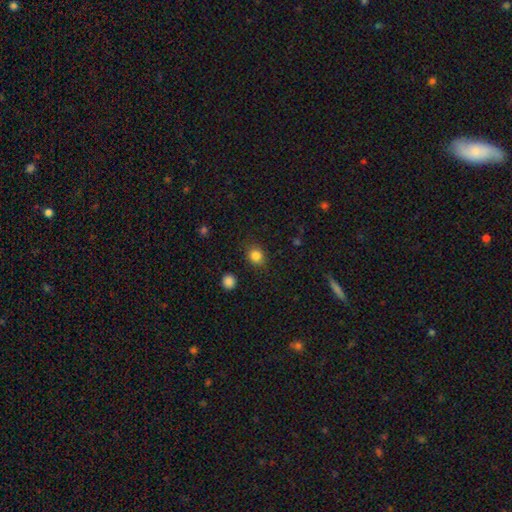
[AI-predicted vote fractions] smooth-or-featured: smooth: 84% | star or artifact: 11% | featured or disk: 5%
  how-rounded: round: 72% | in between: 27% | cigar-shaped: 1%
  merging: none: 84% | minor disturbance: 11% | major disturbance: 3% | merger: 2%